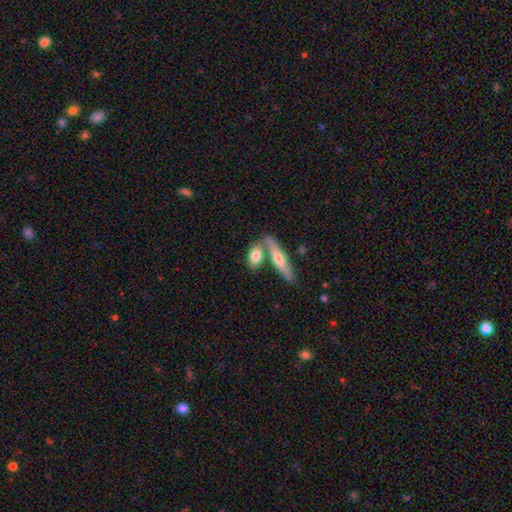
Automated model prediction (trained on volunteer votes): Smooth or featured? smooth (72%)
How rounded? in between (71%)
Merging? none (52%)